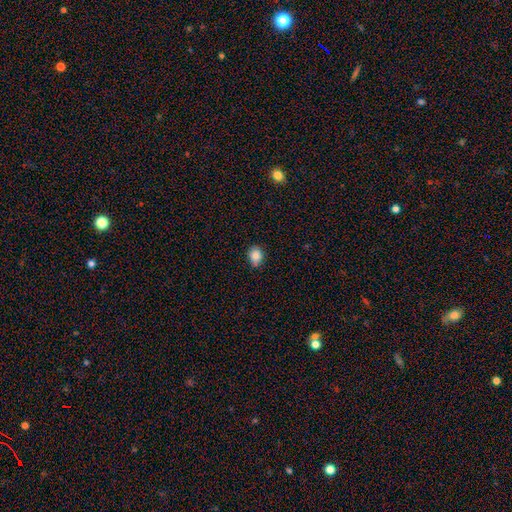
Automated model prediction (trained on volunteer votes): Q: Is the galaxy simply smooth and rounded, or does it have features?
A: smooth — 85%.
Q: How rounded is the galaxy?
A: round — 61%.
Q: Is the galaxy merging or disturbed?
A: none — 75%.